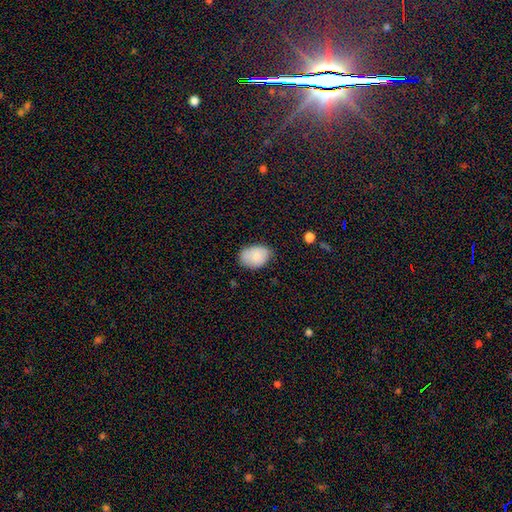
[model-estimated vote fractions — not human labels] Overall: smooth (84%). How rounded: in between (81%). Merging: none (71%).